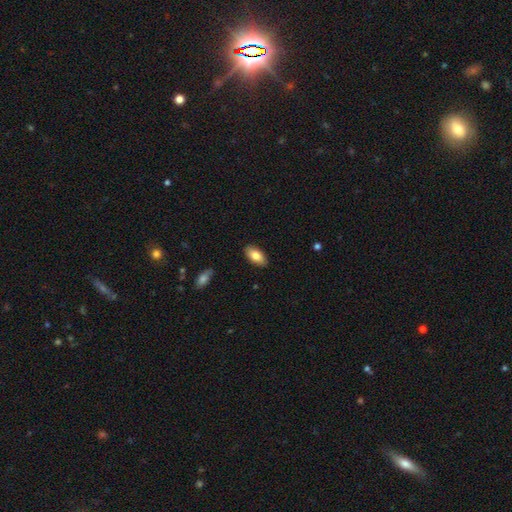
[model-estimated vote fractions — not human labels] Overall: smooth (81%). How rounded: in between (92%). Merging: none (88%).